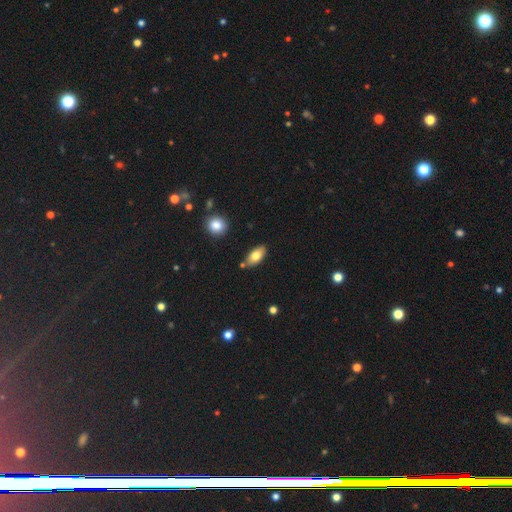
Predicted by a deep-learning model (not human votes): Smooth or featured? Predicted: smooth (p=0.77). How rounded? Predicted: in between (p=0.90). Merging? Predicted: none (p=0.80).